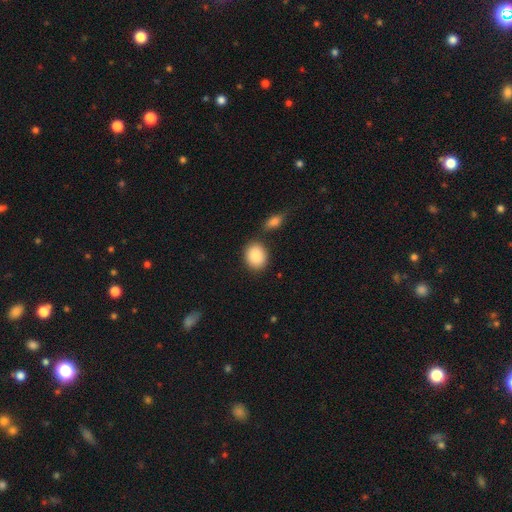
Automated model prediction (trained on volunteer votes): smooth_or_featured: smooth (p=0.89) [alt: star or artifact p=0.06]
how_rounded: in between (p=0.54) [alt: round p=0.45]
merging: none (p=0.76) [alt: minor disturbance p=0.11]